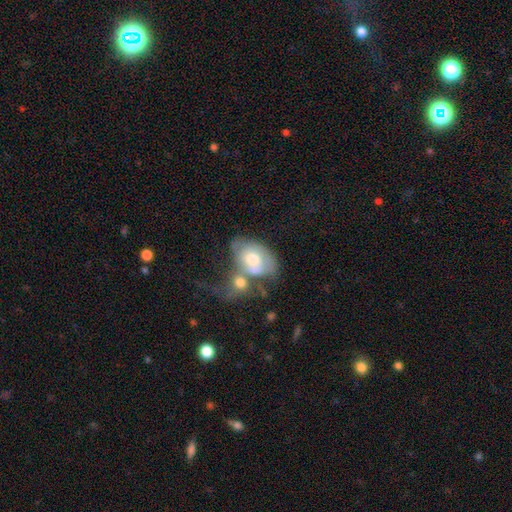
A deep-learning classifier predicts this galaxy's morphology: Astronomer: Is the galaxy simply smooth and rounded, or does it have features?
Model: featured or disk — 49% (runner-up: smooth, 41%).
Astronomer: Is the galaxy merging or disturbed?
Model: merger — 55%.